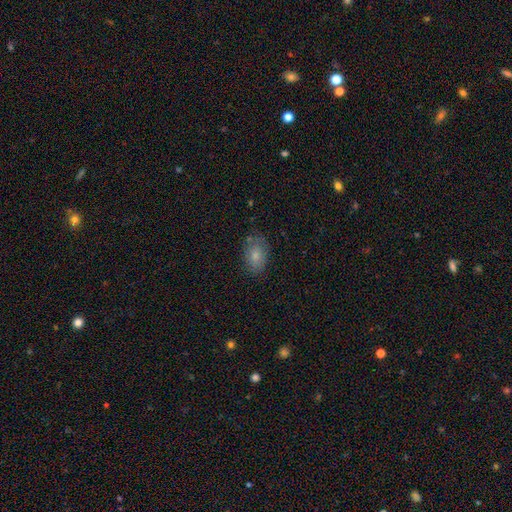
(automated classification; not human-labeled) Smooth or featured? Predicted: smooth (p=0.75). How rounded? Predicted: in between (p=0.87). Merging? Predicted: none (p=0.74).